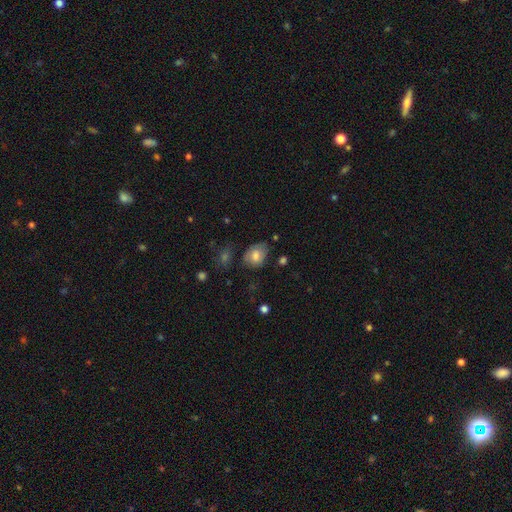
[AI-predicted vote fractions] Q: Smooth or featured?
A: smooth (72%); runner-up: featured or disk (19%)
Q: How rounded?
A: in between (69%); runner-up: round (30%)
Q: Merging?
A: none (63%); runner-up: minor disturbance (26%)